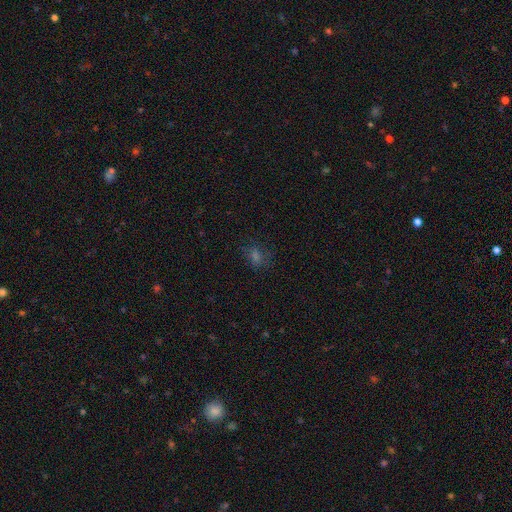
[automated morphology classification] type=smooth (52%); roundness=in between (51%); merging=none (77%).